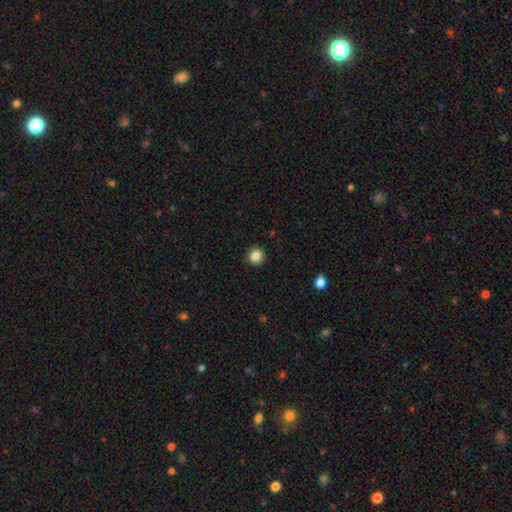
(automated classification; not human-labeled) Morphology: type=smooth (84%); roundness=round (93%); merging=none (92%).